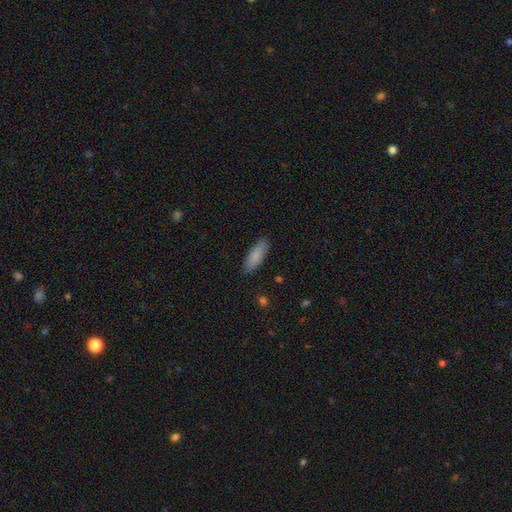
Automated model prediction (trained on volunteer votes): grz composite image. It shows a smooth galaxy with no disk features (85%) that is in between round and cigar-shaped (61%). Merging: none (87%).